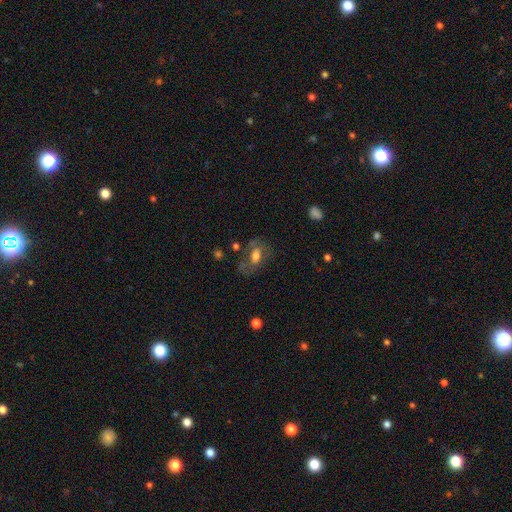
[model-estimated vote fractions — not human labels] Smooth or featured?
  - smooth: 49% *
  - featured or disk: 41%
  - star or artifact: 11%
Merging?
  - none: 53% *
  - minor disturbance: 21%
  - major disturbance: 20%
  - merger: 6%